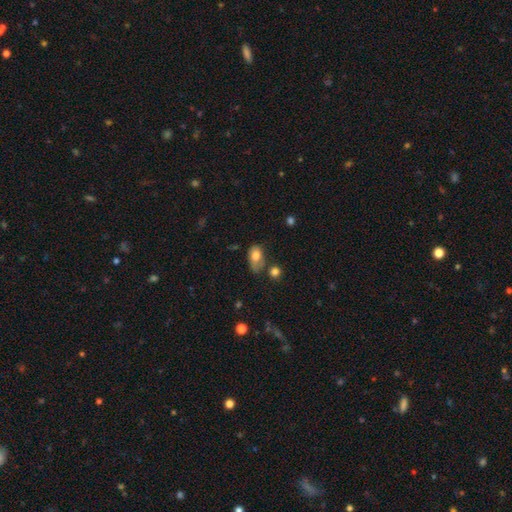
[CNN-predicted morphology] This is likely a smooth galaxy (75%). How rounded: clearly in between (85%). Merging: marginally none (40%).